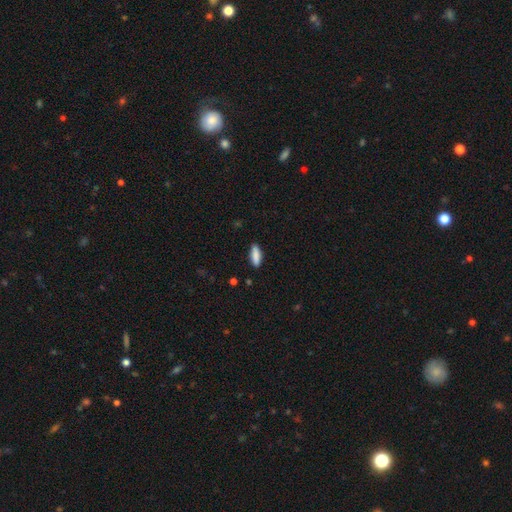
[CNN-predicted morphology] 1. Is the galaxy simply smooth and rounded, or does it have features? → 88% smooth, 6% featured or disk, 6% star or artifact.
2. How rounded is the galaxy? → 58% in between, 40% cigar-shaped, 2% round.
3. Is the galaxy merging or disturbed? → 88% none, 9% minor disturbance, 2% major disturbance, 1% merger.